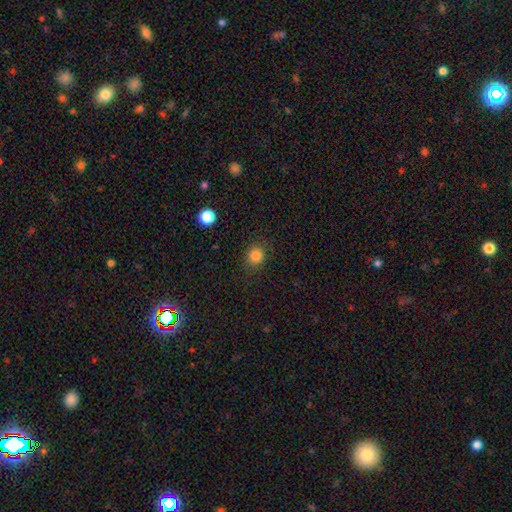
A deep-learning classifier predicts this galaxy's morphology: This is clearly a smooth galaxy (83%). How rounded: clearly round (85%). Merging: clearly none (86%).